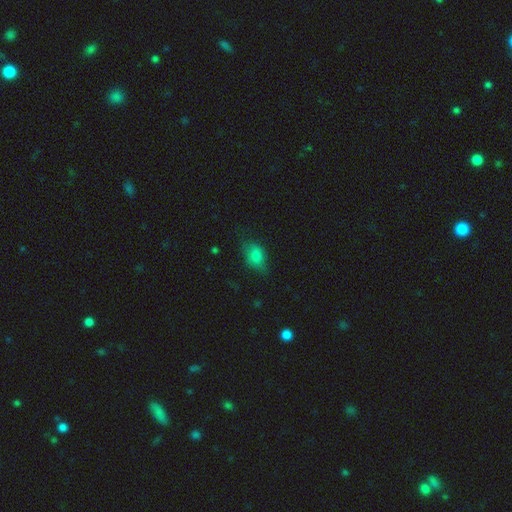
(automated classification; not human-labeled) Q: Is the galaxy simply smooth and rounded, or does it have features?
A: smooth — 79%.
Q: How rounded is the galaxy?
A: in between — 79%.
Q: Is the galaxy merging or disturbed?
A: none — 62%.